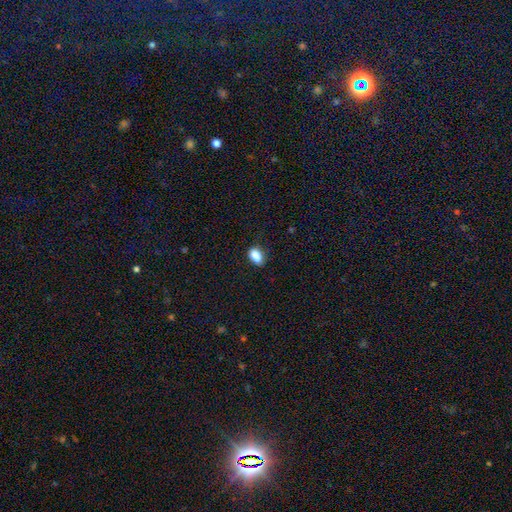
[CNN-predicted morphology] smooth 86%, star or artifact 9%, featured or disk 5%. Down the decision tree: how rounded — in between (85%); merging — none (70%).